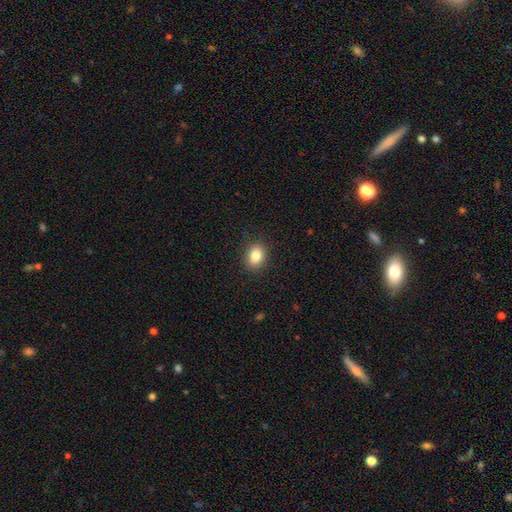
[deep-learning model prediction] Smooth or featured: smooth — 85% (star or artifact — 9%)
How rounded: in between — 60% (round — 39%)
Merging: none — 88% (minor disturbance — 8%)